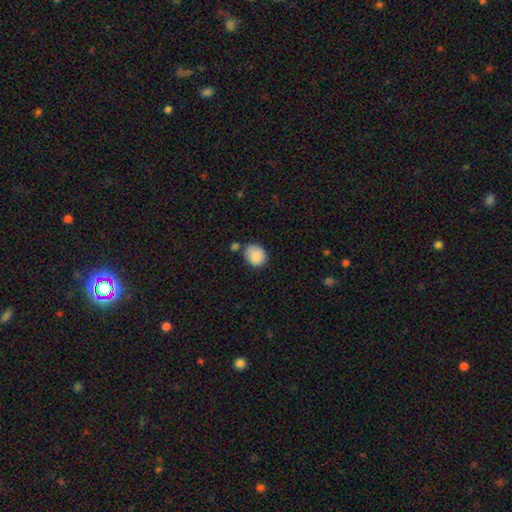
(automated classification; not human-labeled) This is clearly a smooth galaxy (88%). How rounded: likely round (63%). Merging: likely none (67%).